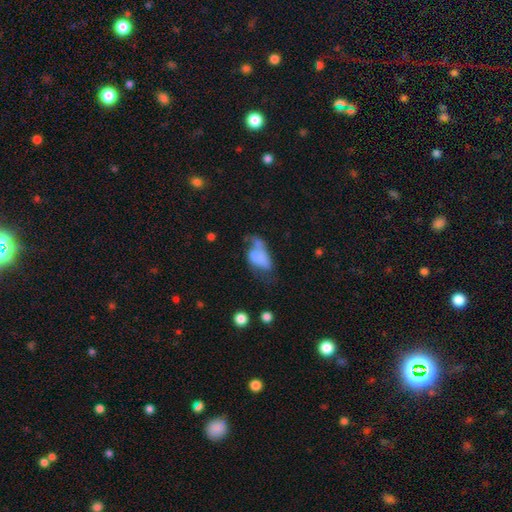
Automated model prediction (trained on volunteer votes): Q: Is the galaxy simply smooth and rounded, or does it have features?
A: smooth — 58%.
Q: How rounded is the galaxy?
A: in between — 87%.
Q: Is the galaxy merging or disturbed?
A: major disturbance — 37%.